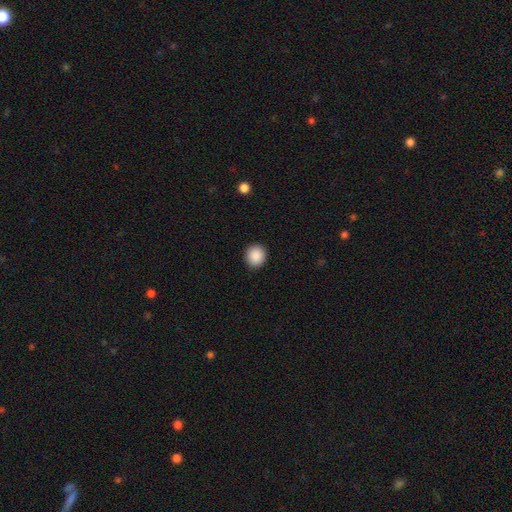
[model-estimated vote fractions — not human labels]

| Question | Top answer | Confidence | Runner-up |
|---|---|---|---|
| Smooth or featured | smooth | 89% | star or artifact (8%) |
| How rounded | round | 88% | in between (11%) |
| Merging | none | 92% | minor disturbance (6%) |